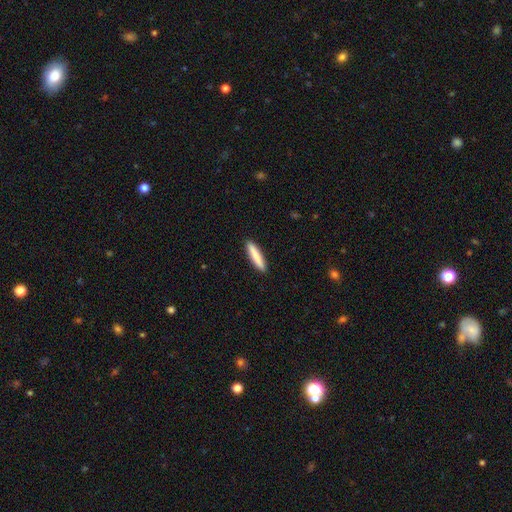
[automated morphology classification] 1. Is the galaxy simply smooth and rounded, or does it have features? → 84% smooth, 11% featured or disk, 5% star or artifact.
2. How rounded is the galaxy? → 89% cigar-shaped, 10% in between, 1% round.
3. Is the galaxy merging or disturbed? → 92% none, 6% minor disturbance, 1% major disturbance, 1% merger.